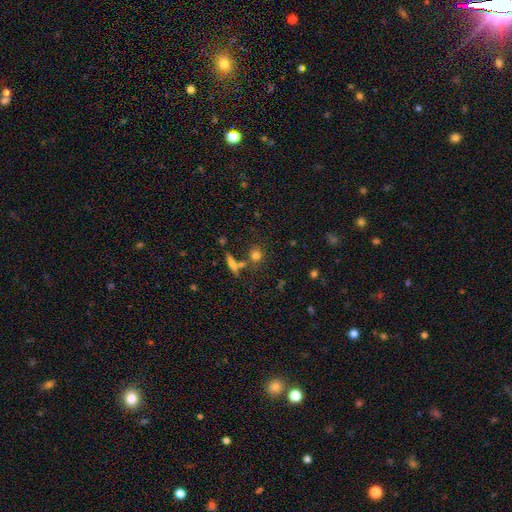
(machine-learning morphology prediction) Overall: smooth (74%). How rounded: round (79%). Merging: none (65%).